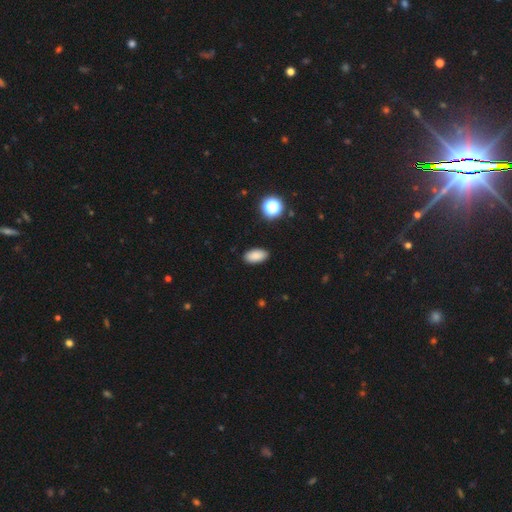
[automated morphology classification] This is clearly a smooth galaxy (86%). How rounded: clearly in between (93%). Merging: clearly none (89%).